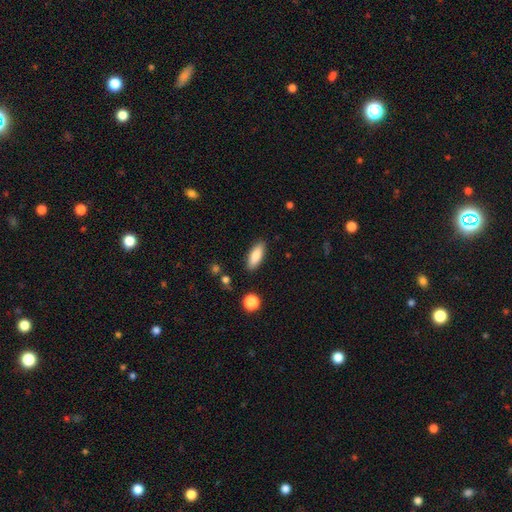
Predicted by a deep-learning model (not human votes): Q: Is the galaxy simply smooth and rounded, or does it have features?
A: smooth — 82%.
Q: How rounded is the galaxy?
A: in between — 67%.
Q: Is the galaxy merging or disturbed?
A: none — 88%.